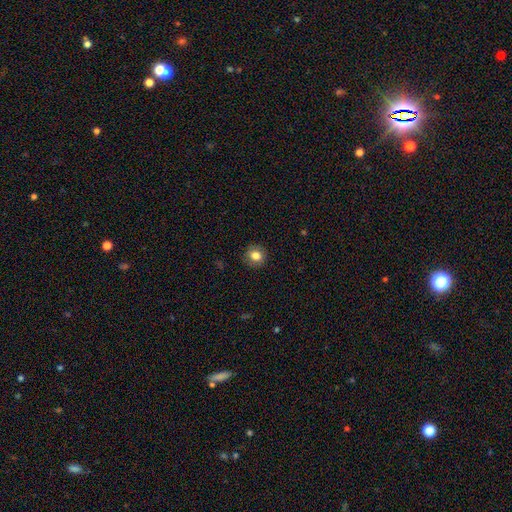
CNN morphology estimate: Q: Smooth or featured?
A: smooth (81%); runner-up: star or artifact (10%)
Q: How rounded?
A: round (84%); runner-up: in between (15%)
Q: Merging?
A: none (89%); runner-up: minor disturbance (8%)